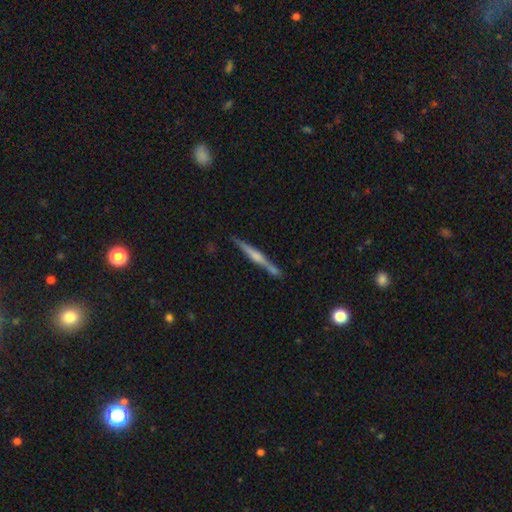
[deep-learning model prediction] featured or disk 69%, smooth 25%, star or artifact 6%. Down the decision tree: edge-on disk — yes (98%); edge-on bulge — rounded (63%); merging — none (83%).